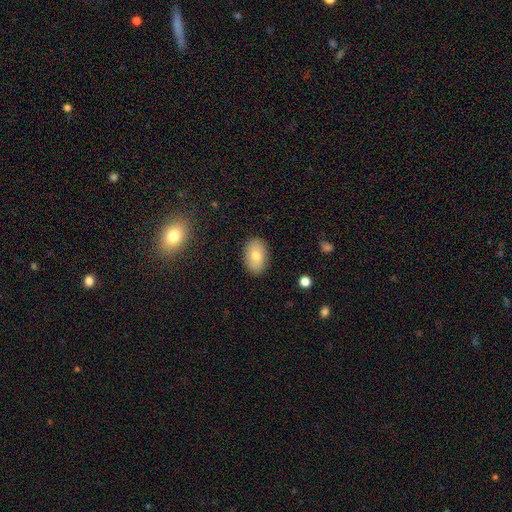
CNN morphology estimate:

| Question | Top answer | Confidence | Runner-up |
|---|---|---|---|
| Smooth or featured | smooth | 74% | featured or disk (18%) |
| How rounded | in between | 90% | round (9%) |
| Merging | none | 87% | minor disturbance (10%) |